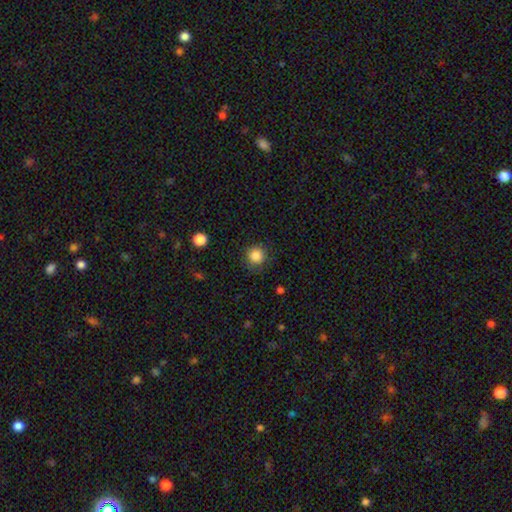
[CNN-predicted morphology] Q: Smooth or featured?
A: smooth (86%); runner-up: star or artifact (10%)
Q: How rounded?
A: round (93%); runner-up: in between (6%)
Q: Merging?
A: none (85%); runner-up: minor disturbance (10%)